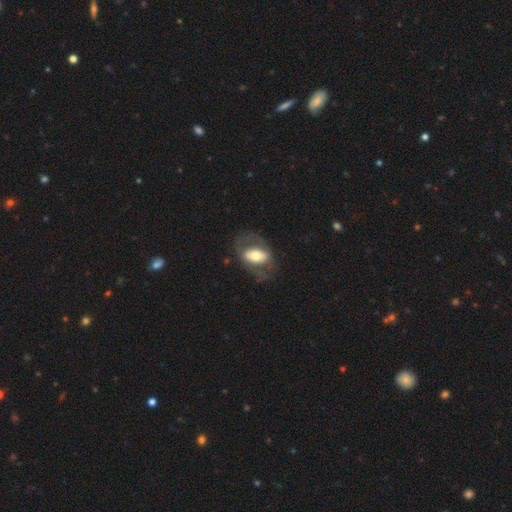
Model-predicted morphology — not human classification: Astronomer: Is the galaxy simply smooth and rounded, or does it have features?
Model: featured or disk — 50% (runner-up: smooth, 44%).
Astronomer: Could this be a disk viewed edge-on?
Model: no — 91%.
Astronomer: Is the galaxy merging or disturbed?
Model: none — 62%.